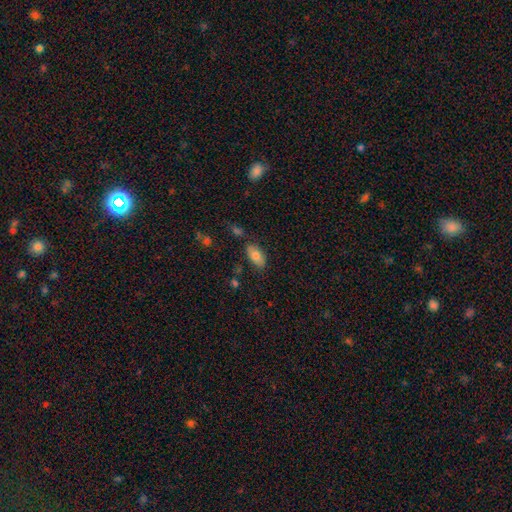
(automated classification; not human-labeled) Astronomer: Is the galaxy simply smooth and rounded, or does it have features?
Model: smooth — 78%.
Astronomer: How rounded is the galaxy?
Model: in between — 92%.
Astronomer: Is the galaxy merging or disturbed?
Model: none — 79%.